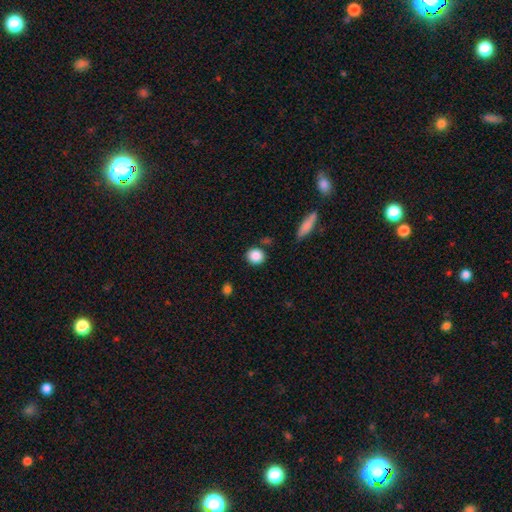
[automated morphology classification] smooth_or_featured: smooth (p=0.87) [alt: star or artifact p=0.09]
how_rounded: round (p=0.84) [alt: in between p=0.15]
merging: none (p=0.84) [alt: minor disturbance p=0.10]